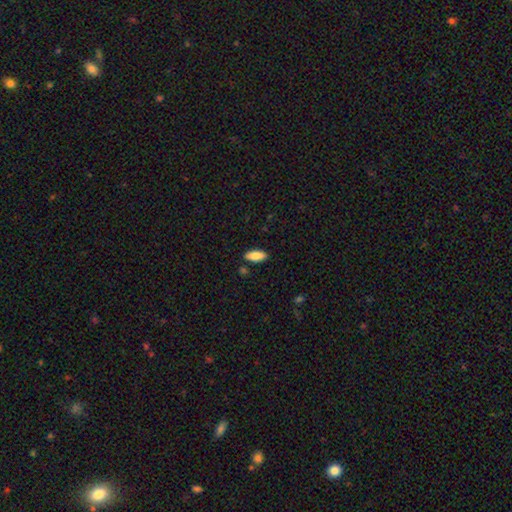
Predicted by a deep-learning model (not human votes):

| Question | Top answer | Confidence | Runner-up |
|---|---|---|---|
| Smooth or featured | smooth | 84% | featured or disk (9%) |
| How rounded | in between | 83% | cigar-shaped (15%) |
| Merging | none | 87% | minor disturbance (9%) |